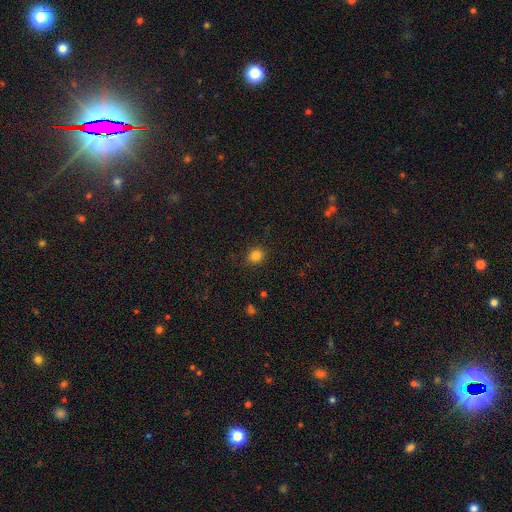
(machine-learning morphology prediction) type=smooth (83%); roundness=round (73%); merging=none (89%).